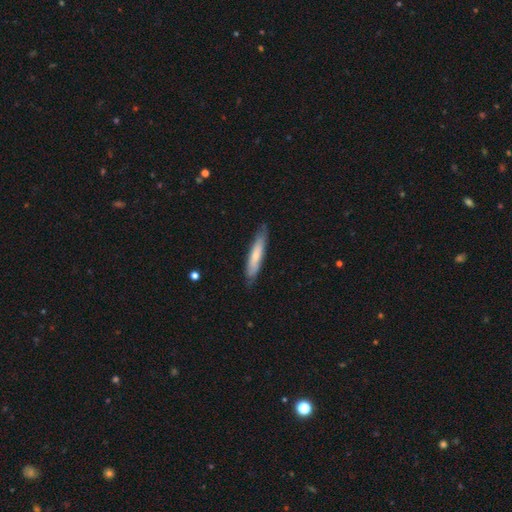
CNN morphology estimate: Smooth or featured? Predicted: smooth (p=0.65). How rounded? Predicted: cigar-shaped (p=0.86). Merging? Predicted: none (p=0.80).